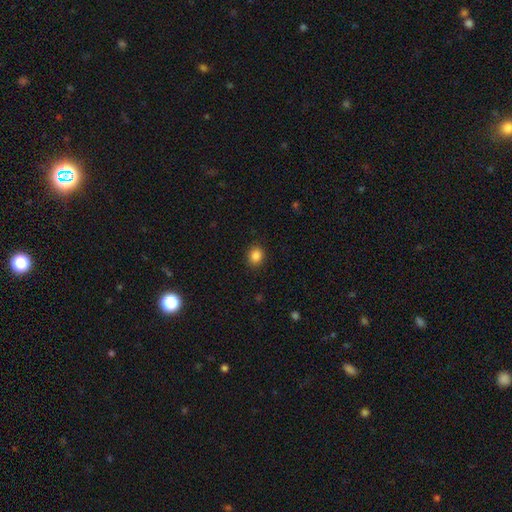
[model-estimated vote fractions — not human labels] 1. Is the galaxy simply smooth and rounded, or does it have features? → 86% smooth, 10% star or artifact, 3% featured or disk.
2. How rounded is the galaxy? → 62% round, 37% in between, 1% cigar-shaped.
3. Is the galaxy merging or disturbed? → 89% none, 8% minor disturbance, 2% major disturbance, 1% merger.